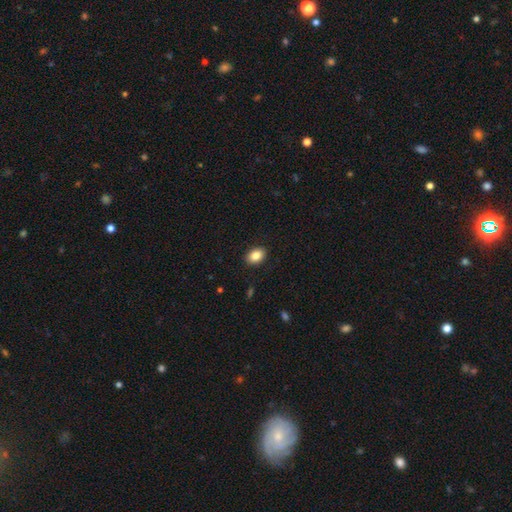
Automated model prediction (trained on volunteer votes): Q: Smooth or featured?
A: smooth (86%); runner-up: star or artifact (8%)
Q: How rounded?
A: in between (82%); runner-up: round (17%)
Q: Merging?
A: none (89%); runner-up: minor disturbance (8%)